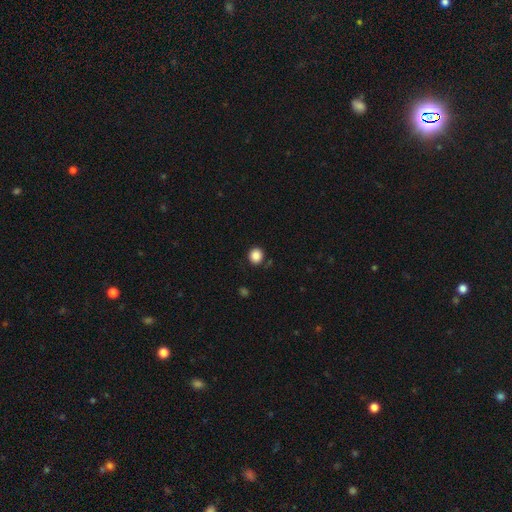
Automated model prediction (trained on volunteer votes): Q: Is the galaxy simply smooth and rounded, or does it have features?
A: smooth — 87%.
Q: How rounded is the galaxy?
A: round — 87%.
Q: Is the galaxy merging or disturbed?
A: none — 89%.